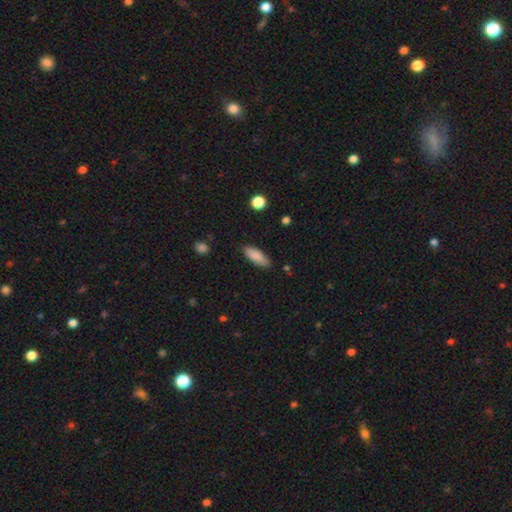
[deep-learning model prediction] Smooth or featured? smooth (87%)
How rounded? in between (66%)
Merging? none (85%)